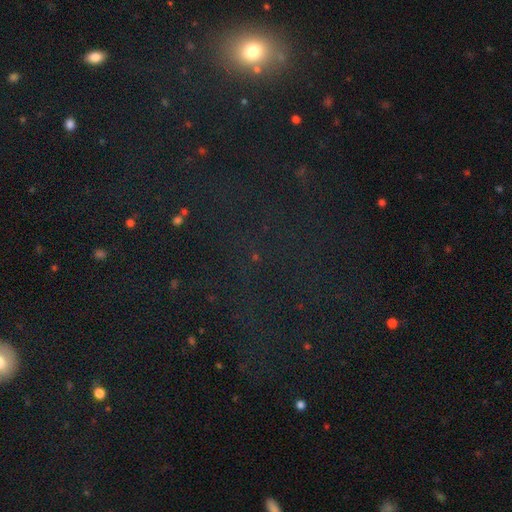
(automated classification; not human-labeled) This appears to be a star or artifact, not a galaxy (55%).